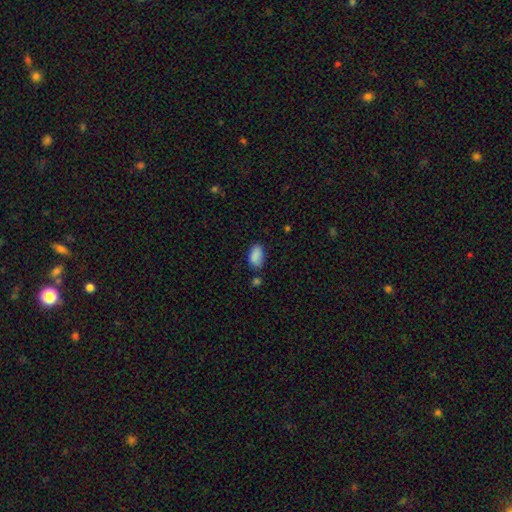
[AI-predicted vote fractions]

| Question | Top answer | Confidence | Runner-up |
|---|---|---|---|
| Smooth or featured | smooth | 88% | star or artifact (8%) |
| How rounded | in between | 93% | round (5%) |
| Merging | none | 72% | minor disturbance (18%) |